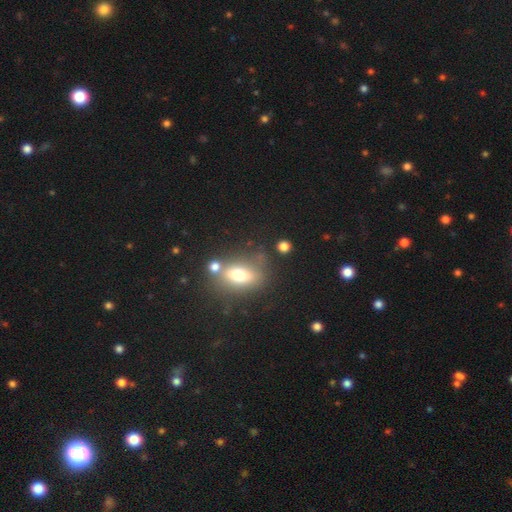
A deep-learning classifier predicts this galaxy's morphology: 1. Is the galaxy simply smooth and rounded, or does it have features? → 54% smooth, 25% featured or disk, 21% star or artifact.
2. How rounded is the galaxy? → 69% in between, 21% round, 9% cigar-shaped.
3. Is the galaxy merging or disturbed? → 64% none, 15% minor disturbance, 14% merger, 7% major disturbance.